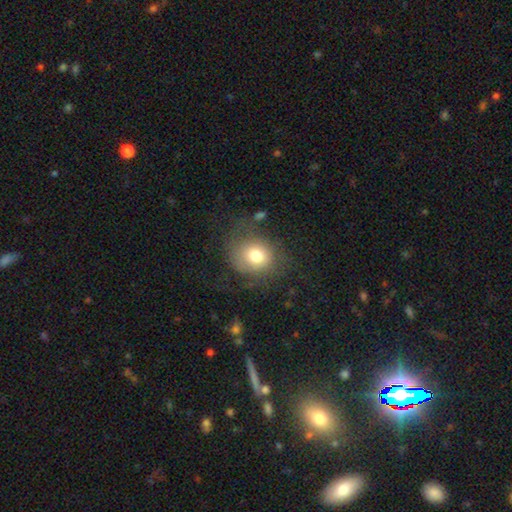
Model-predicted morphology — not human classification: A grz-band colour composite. It shows a smooth galaxy with no disk features (73%) that is round (77%). Merging: none (63%).